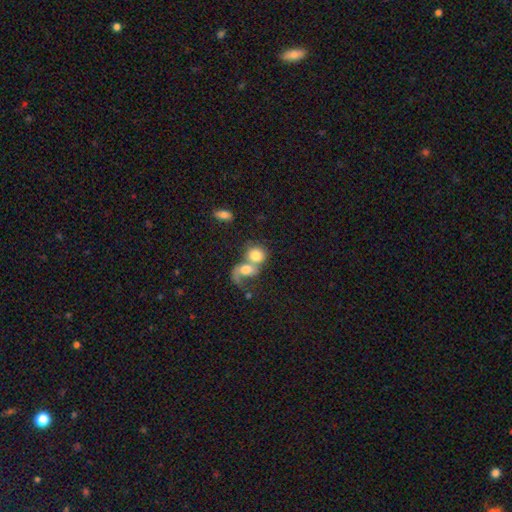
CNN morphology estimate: Smooth or featured?
  - smooth: 65% *
  - featured or disk: 27%
  - star or artifact: 8%
How rounded?
  - round: 62% *
  - in between: 36%
  - cigar-shaped: 2%
Merging?
  - merger: 76% *
  - none: 12%
  - major disturbance: 8%
  - minor disturbance: 4%